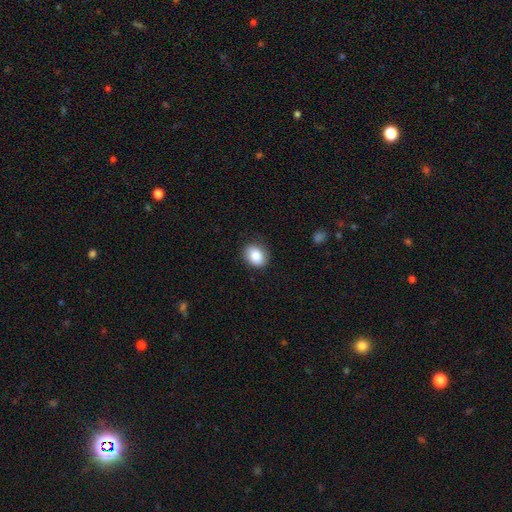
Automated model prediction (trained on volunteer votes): smooth 86%, star or artifact 8%, featured or disk 7%. Down the decision tree: how rounded — round (50%, tied with in between); merging — none (82%).